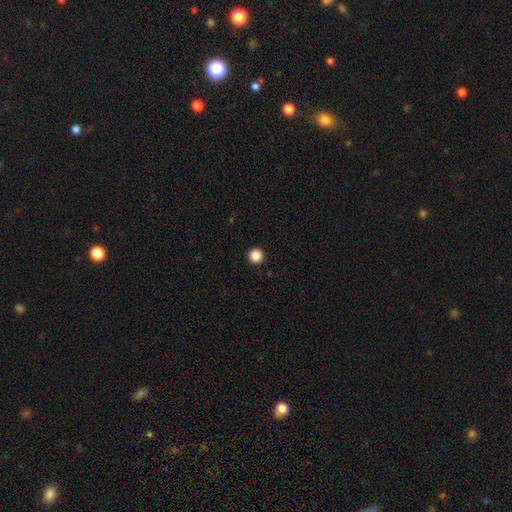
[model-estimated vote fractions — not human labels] Smooth or featured?
  - smooth: 87% *
  - star or artifact: 10%
  - featured or disk: 2%
How rounded?
  - round: 97% *
  - in between: 2%
  - cigar-shaped: 1%
Merging?
  - none: 94% *
  - minor disturbance: 4%
  - major disturbance: 1%
  - merger: 1%